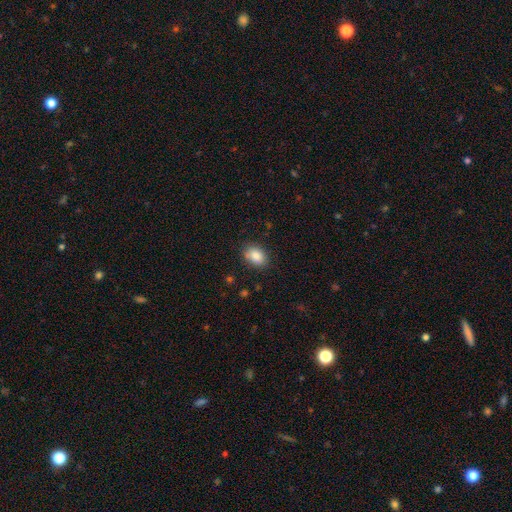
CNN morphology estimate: smooth-or-featured: smooth: 87% | star or artifact: 8% | featured or disk: 6%
  how-rounded: in between: 79% | round: 20% | cigar-shaped: 1%
  merging: none: 82% | minor disturbance: 14% | major disturbance: 3% | merger: 2%